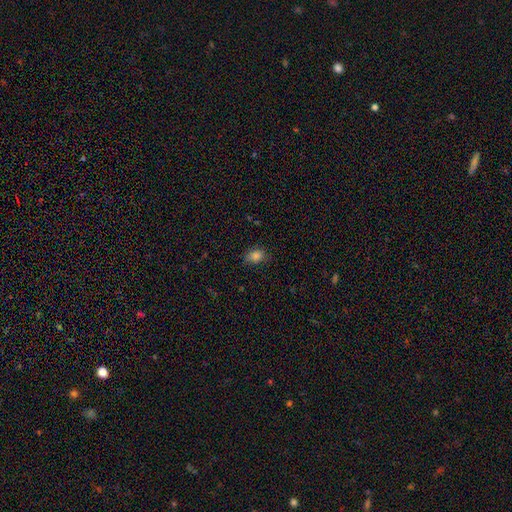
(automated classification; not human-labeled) This appears to be a smooth galaxy with no disk features (83%) that is in between round and cigar-shaped (61%). Merging: none (79%).